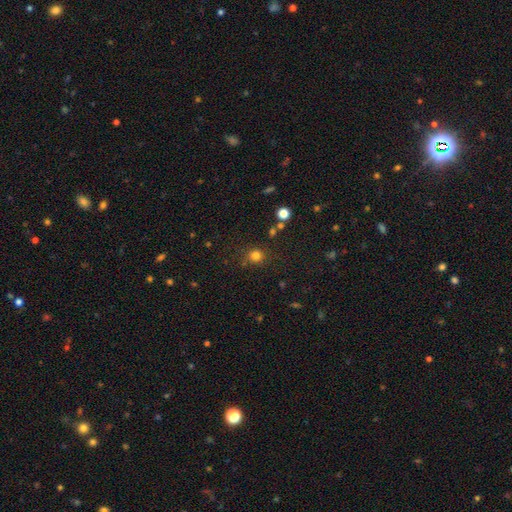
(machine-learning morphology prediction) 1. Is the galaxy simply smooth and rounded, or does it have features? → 79% smooth, 16% star or artifact, 5% featured or disk.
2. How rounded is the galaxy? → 89% round, 11% in between, 1% cigar-shaped.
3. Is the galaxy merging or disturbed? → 81% none, 11% minor disturbance, 4% major disturbance, 4% merger.